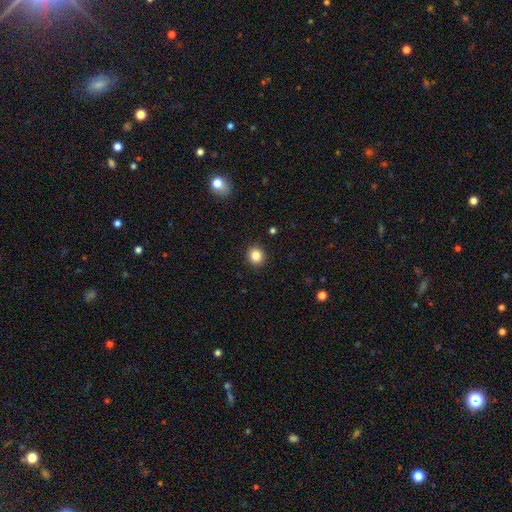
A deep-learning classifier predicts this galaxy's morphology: type=smooth (85%); roundness=round (83%); merging=none (92%).